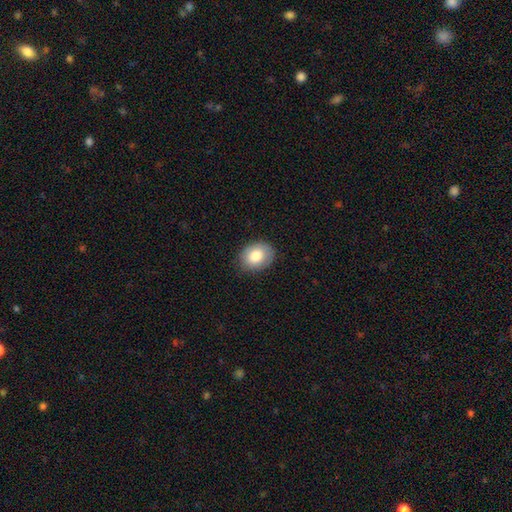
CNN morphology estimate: Smooth or featured?
  - smooth: 81% *
  - featured or disk: 12%
  - star or artifact: 7%
How rounded?
  - in between: 66% *
  - round: 33%
  - cigar-shaped: 1%
Merging?
  - none: 82% *
  - minor disturbance: 14%
  - major disturbance: 3%
  - merger: 1%